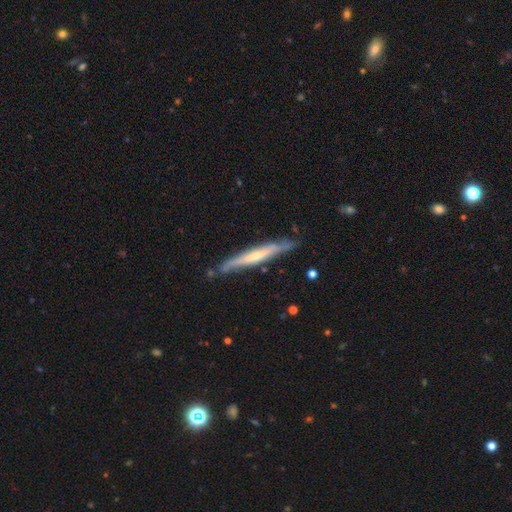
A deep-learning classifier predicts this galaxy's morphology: This is likely a featured or disk galaxy (61%). It is clearly viewed edge-on (90%). Edge-on bulge: possibly none (56%). Merging: likely none (78%).